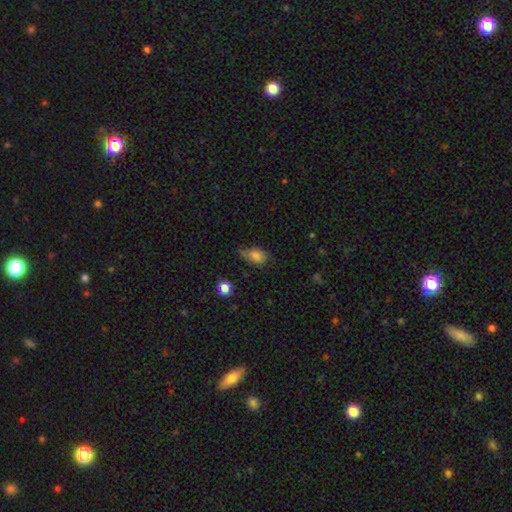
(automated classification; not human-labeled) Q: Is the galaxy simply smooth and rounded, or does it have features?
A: smooth — 79%.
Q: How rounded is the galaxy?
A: in between — 85%.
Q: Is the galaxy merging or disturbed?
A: none — 50%.